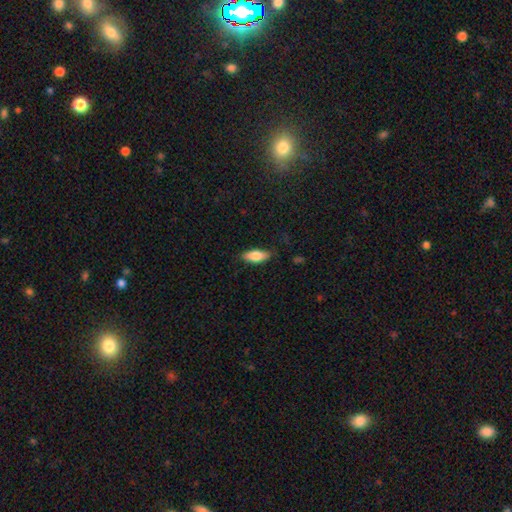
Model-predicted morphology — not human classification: Smooth or featured? smooth (80%)
How rounded? in between (78%)
Merging? none (81%)